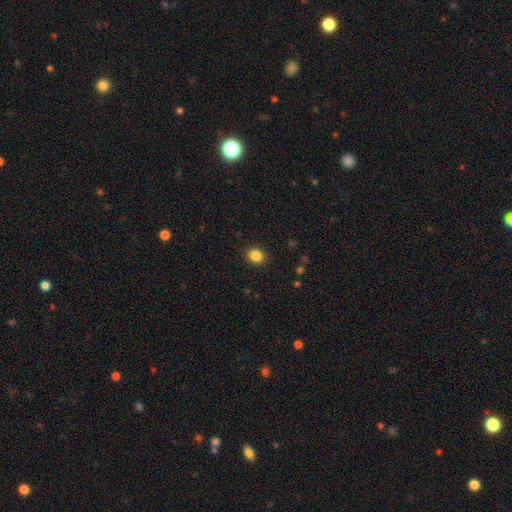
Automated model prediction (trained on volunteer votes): A smooth galaxy with no disk features (86%) that is round (63%).

Vote fractions:
- Smooth or featured? smooth: 86% / star or artifact: 10% / featured or disk: 4%
- How rounded? round: 63% / in between: 36% / cigar-shaped: 1%
- Merging? none: 90% / minor disturbance: 6% / major disturbance: 2% / merger: 1%